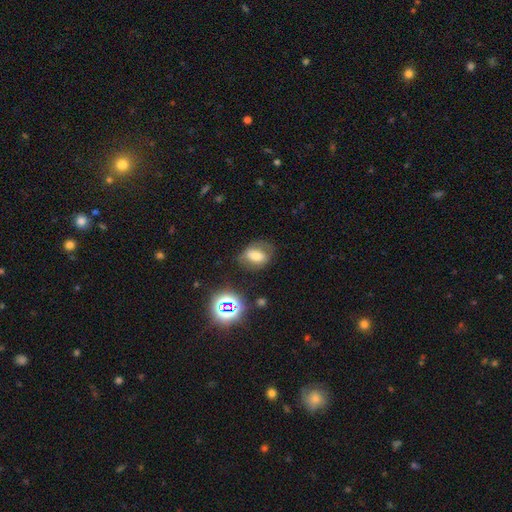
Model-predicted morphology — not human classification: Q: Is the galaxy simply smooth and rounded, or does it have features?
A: smooth — 50%.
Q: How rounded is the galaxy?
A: in between — 67%.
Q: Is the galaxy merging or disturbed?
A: none — 65%.